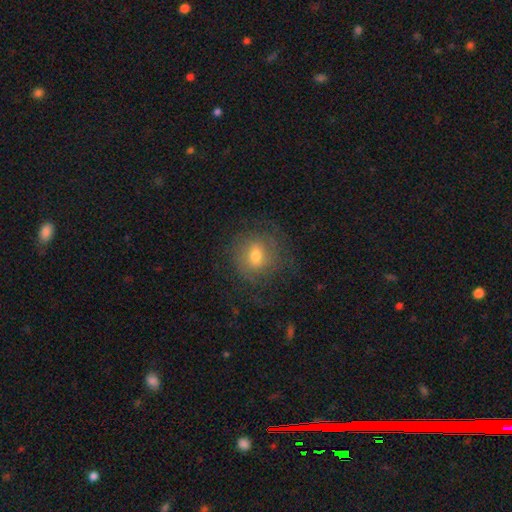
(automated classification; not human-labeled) smooth 53%, featured or disk 36%, star or artifact 11%. Down the decision tree: how rounded — round (83%); merging — none (71%).